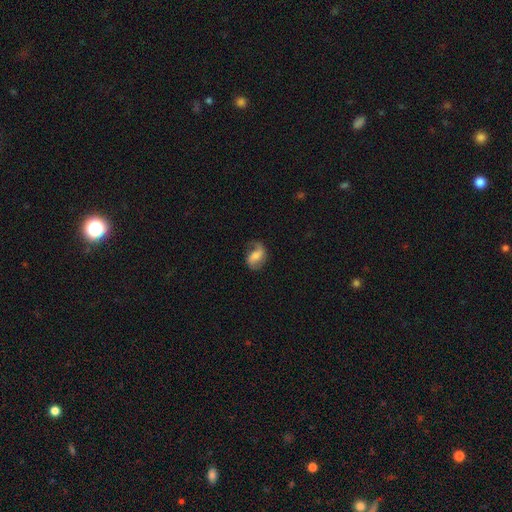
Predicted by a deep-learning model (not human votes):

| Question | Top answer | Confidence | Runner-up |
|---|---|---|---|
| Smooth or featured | featured or disk | 60% | smooth (33%) |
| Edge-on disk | no | 97% | yes (3%) |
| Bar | weak | 44% | no (34%) |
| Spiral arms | yes | 90% | no (10%) |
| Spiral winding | loose | 57% | medium (32%) |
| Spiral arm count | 2 | 70% | 1 (23%) |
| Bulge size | moderate | 34% | small (30%) |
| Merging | none | 58% | minor disturbance (25%) |